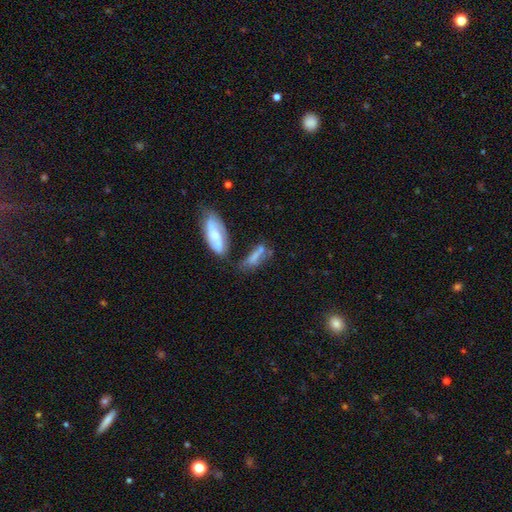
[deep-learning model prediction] This is possibly a smooth galaxy (57%). How rounded: possibly in between (52%). Merging: marginally none (32%).